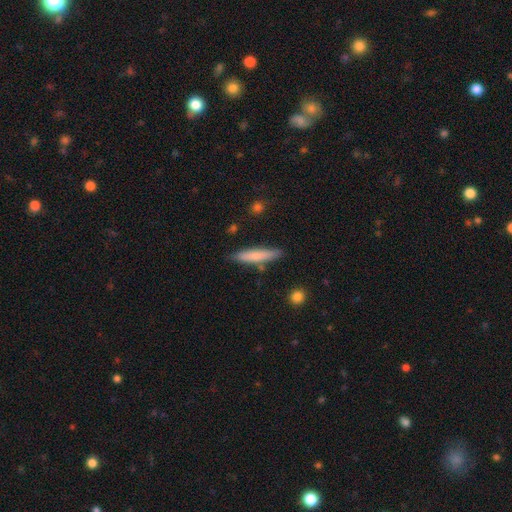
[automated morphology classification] This is likely a smooth galaxy (71%). How rounded: clearly cigar-shaped (87%). Merging: clearly none (82%).